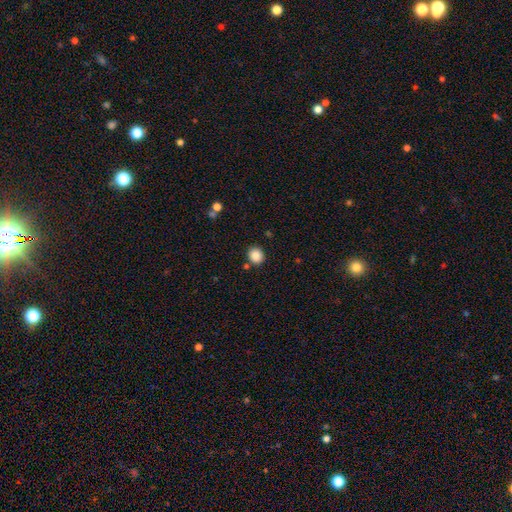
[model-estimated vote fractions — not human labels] A smooth galaxy with no disk features (87%) that is round (79%).

Vote fractions:
- Smooth or featured? smooth: 87% / star or artifact: 9% / featured or disk: 4%
- How rounded? round: 79% / in between: 20% / cigar-shaped: 1%
- Merging? none: 85% / minor disturbance: 8% / merger: 5% / major disturbance: 2%